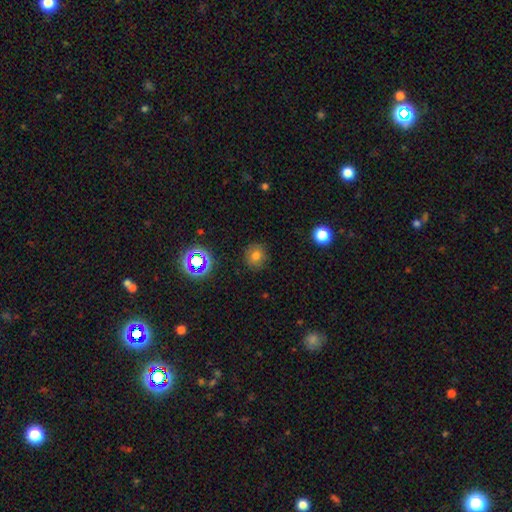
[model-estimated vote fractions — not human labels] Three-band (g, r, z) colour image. It shows a smooth galaxy with no disk features (73%) that is round (82%). Merging: none (85%).